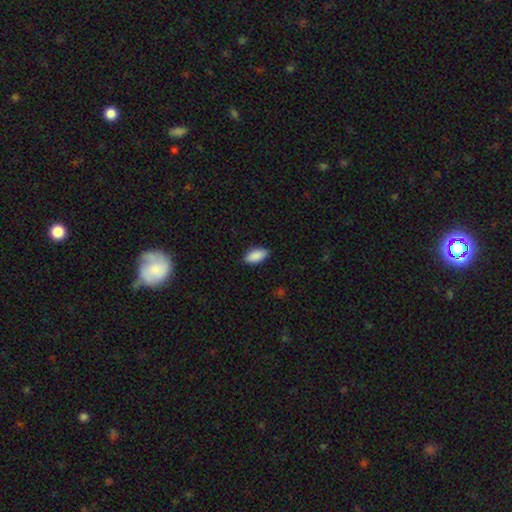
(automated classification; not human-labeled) A smooth galaxy with no disk features (90%) that is in between round and cigar-shaped (91%). Merging: none (86%).